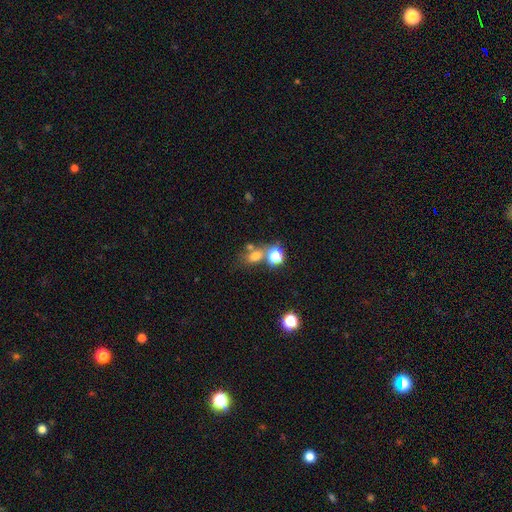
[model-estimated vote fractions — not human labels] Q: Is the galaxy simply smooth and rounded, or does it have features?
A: smooth — 66%.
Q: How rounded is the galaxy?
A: in between — 56%.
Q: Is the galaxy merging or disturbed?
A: none — 50%.